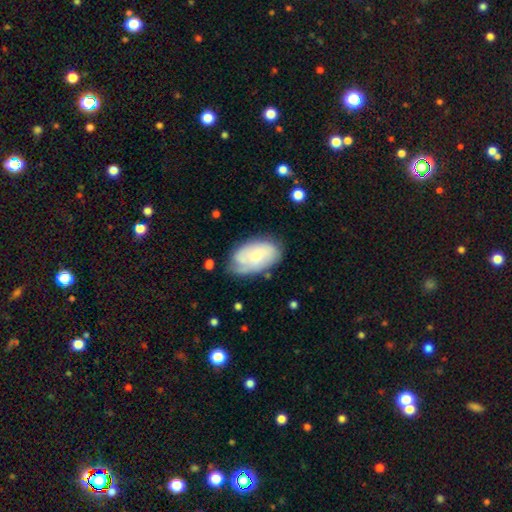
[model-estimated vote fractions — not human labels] Smooth or featured: featured or disk — 48% (smooth — 45%)
Merging: none — 61% (minor disturbance — 27%)